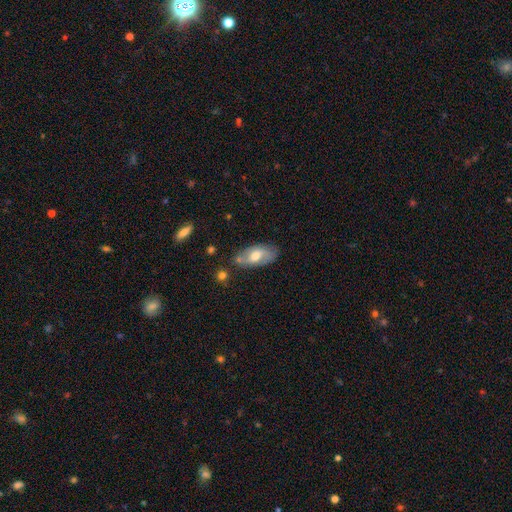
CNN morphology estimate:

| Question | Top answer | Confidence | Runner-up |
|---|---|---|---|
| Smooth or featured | featured or disk | 50% | smooth (43%) |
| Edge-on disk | no | 89% | yes (11%) |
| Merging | none | 71% | minor disturbance (20%) |